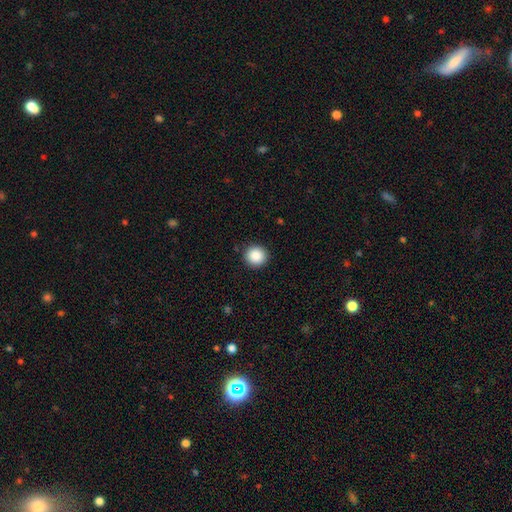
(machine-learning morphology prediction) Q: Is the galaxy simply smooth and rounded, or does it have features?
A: smooth — 88%.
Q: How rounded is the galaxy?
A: round — 94%.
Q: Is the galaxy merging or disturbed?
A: none — 92%.